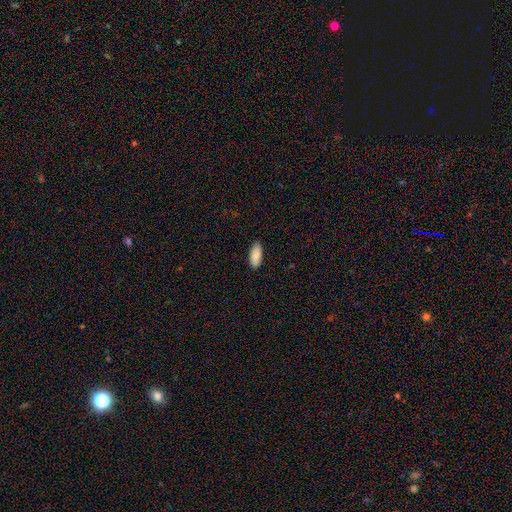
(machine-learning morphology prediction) smooth-or-featured: smooth: 89% | star or artifact: 6% | featured or disk: 6%
  how-rounded: in between: 84% | cigar-shaped: 14% | round: 2%
  merging: none: 88% | minor disturbance: 9% | major disturbance: 2% | merger: 1%